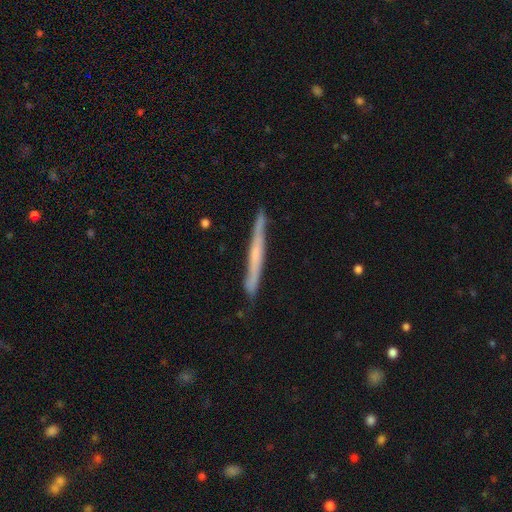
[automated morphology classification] Smooth or featured? featured or disk (54%)
Edge-on disk? yes (96%)
Edge-on bulge? none (77%)
Merging? none (87%)